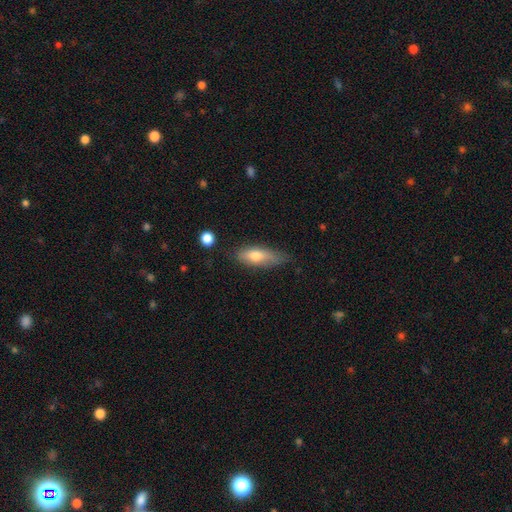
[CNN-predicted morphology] smooth-or-featured: smooth: 68% | featured or disk: 25% | star or artifact: 7%
  how-rounded: in between: 62% | cigar-shaped: 35% | round: 3%
  merging: none: 62% | minor disturbance: 30% | major disturbance: 6% | merger: 2%